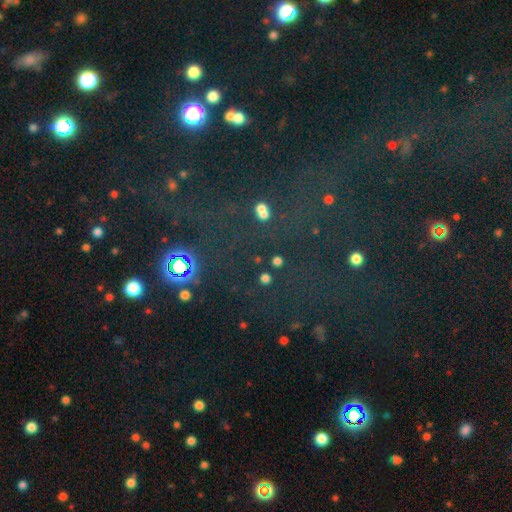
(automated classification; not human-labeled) Smooth or featured? star or artifact (72%)